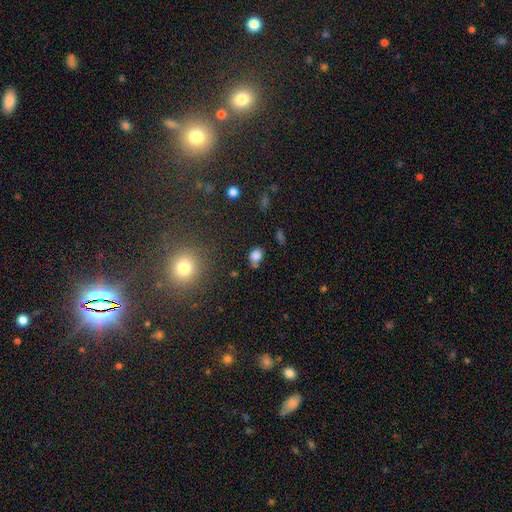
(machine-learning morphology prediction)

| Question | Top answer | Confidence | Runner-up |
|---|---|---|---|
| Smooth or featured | smooth | 81% | star or artifact (12%) |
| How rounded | in between | 65% | round (33%) |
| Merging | none | 61% | minor disturbance (21%) |